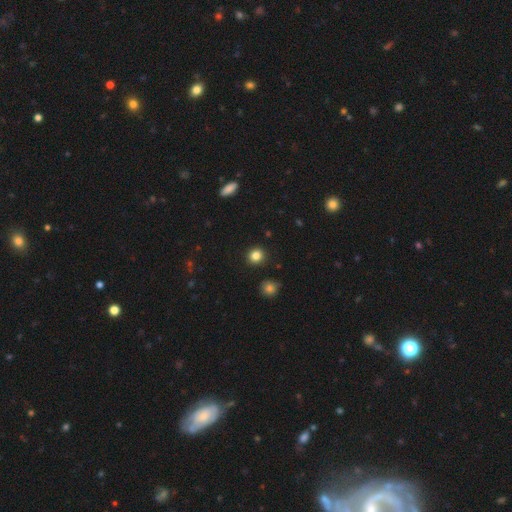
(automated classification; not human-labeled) smooth_or_featured: smooth (p=0.84) [alt: star or artifact p=0.11]
how_rounded: round (p=0.89) [alt: in between p=0.10]
merging: none (p=0.92) [alt: minor disturbance p=0.05]